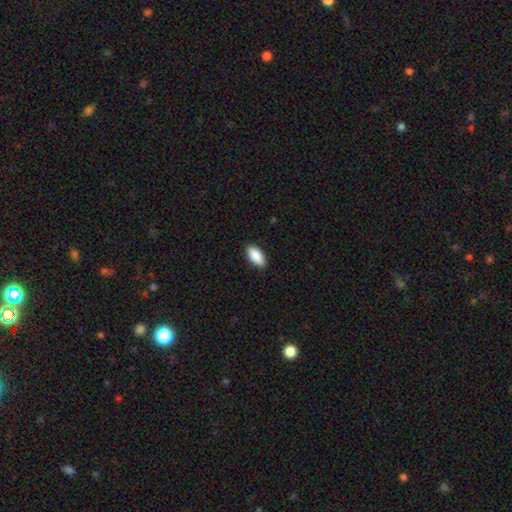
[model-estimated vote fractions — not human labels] The model was most divided on "merging": none: 89%, minor disturbance: 8%, major disturbance: 2%, merger: 1%. More confident: how rounded — in between (90%); smooth or featured — smooth (89%).